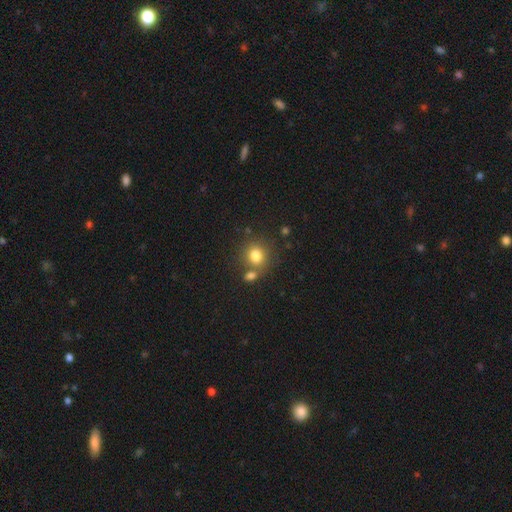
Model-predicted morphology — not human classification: Overall: smooth (79%). How rounded: round (78%). Merging: none (62%; merger 24%).